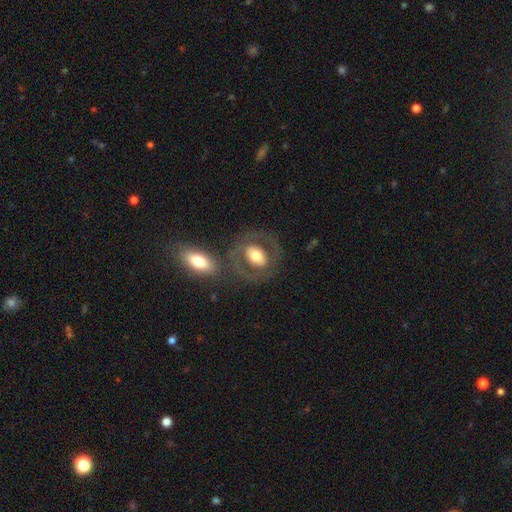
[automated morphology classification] smooth-or-featured: featured or disk: 48% | smooth: 45% | star or artifact: 7%
  merging: none: 69% | minor disturbance: 12% | merger: 10% | major disturbance: 9%